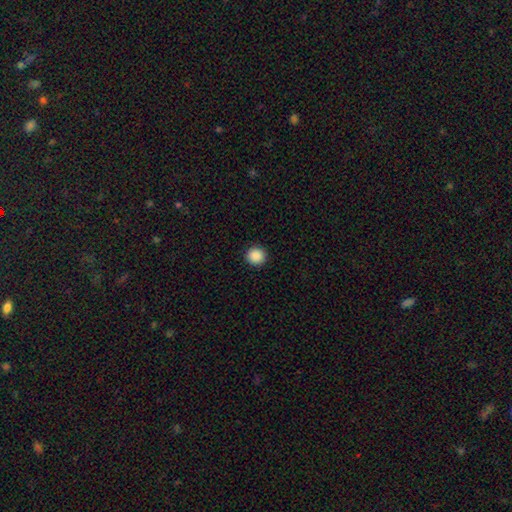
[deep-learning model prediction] Smooth or featured? Predicted: smooth (p=0.89). How rounded? Predicted: round (p=0.94). Merging? Predicted: none (p=0.93).